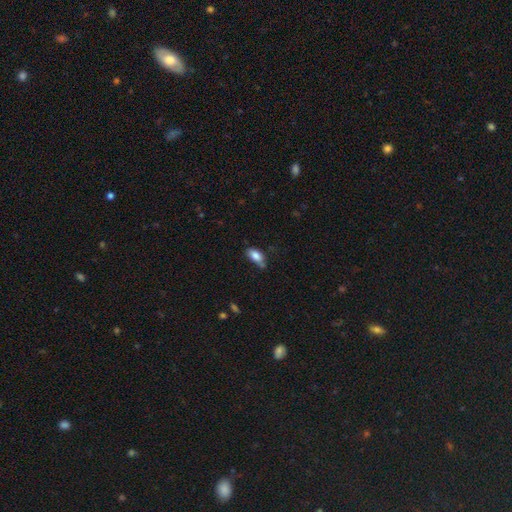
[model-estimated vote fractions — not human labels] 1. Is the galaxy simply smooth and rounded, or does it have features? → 83% smooth, 9% featured or disk, 8% star or artifact.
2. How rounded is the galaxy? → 88% in between, 7% cigar-shaped, 5% round.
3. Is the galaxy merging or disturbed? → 50% none, 34% minor disturbance, 9% major disturbance, 7% merger.